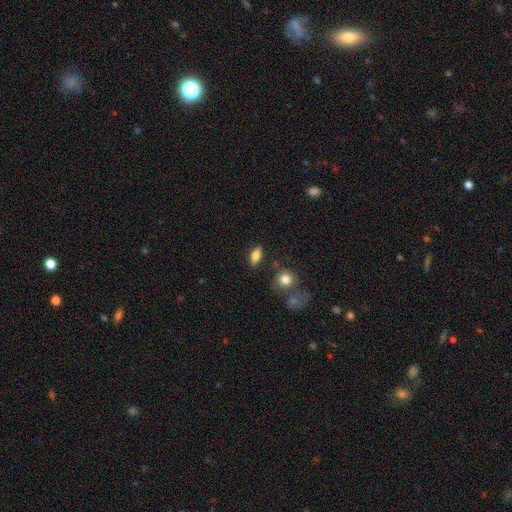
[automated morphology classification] smooth-or-featured: smooth: 75% | featured or disk: 17% | star or artifact: 9%
  how-rounded: in between: 78% | cigar-shaped: 16% | round: 6%
  merging: none: 82% | minor disturbance: 11% | merger: 4% | major disturbance: 3%